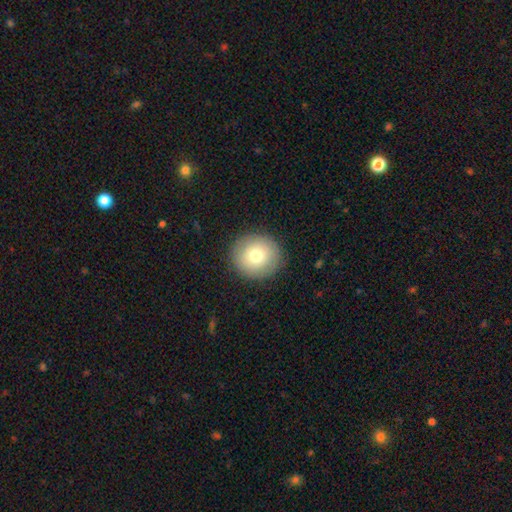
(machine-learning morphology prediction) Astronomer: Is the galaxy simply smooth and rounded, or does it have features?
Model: smooth — 75%.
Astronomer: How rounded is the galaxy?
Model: round — 92%.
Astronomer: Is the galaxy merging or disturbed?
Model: none — 90%.